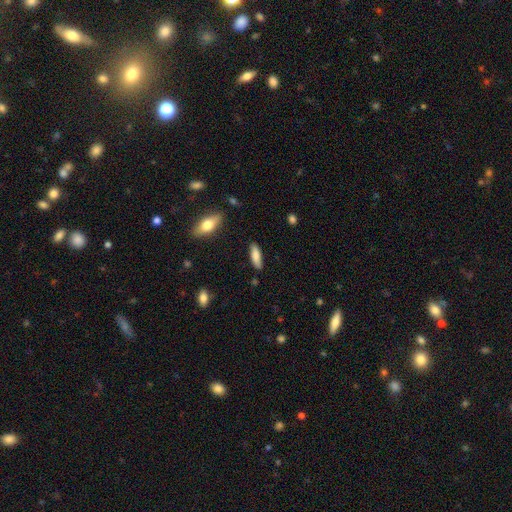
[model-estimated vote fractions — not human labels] This appears to be a smooth galaxy with no disk features (81%) that is cigar-shaped (55%). Merging: none (85%).